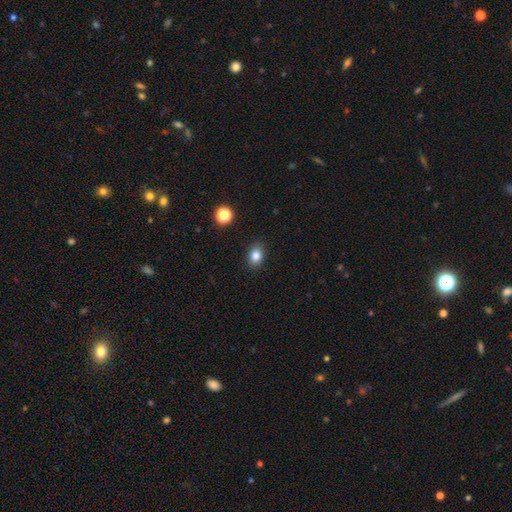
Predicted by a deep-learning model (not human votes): Smooth or featured? smooth (84%)
How rounded? in between (65%)
Merging? none (87%)